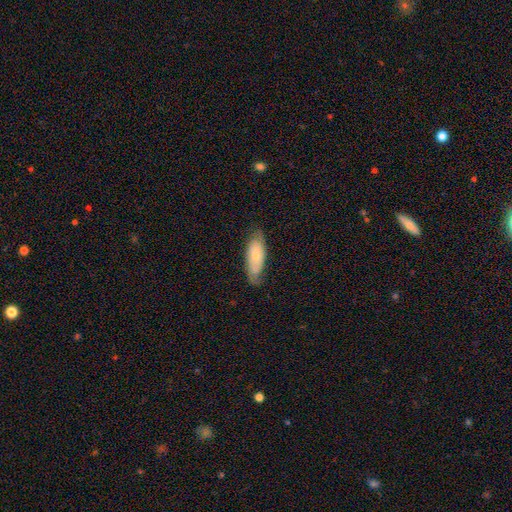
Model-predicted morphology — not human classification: This is possibly a smooth galaxy (56%). How rounded: likely in between (69%). Merging: likely none (69%).